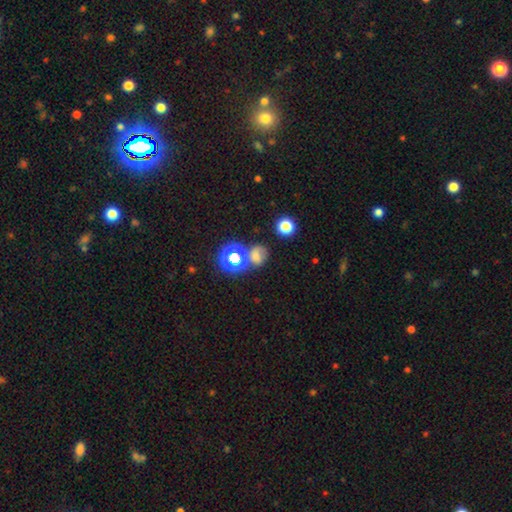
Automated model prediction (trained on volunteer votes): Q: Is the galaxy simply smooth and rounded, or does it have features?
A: smooth — 51%.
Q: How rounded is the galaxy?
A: round — 57%.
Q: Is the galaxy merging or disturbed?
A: none — 53%.